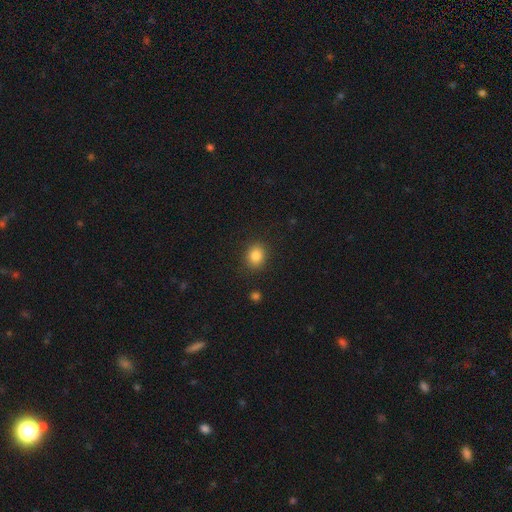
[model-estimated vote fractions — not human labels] A smooth galaxy with no disk features (85%) that is round (69%). Merging: none (87%).